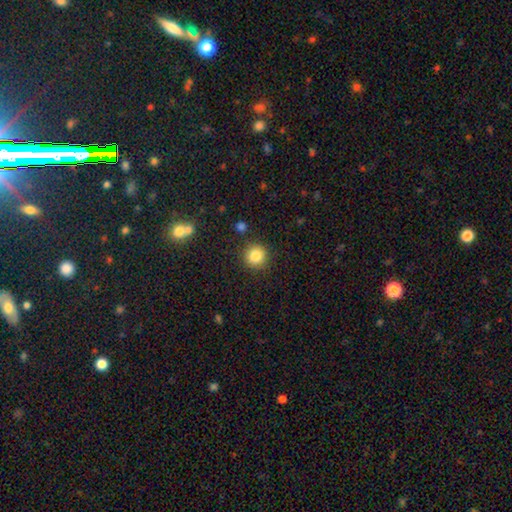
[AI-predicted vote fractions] A smooth galaxy with no disk features (84%) that is round (93%).

Vote fractions:
- Smooth or featured? smooth: 84% / star or artifact: 11% / featured or disk: 6%
- How rounded? round: 93% / in between: 6% / cigar-shaped: 1%
- Merging? none: 89% / minor disturbance: 6% / merger: 2% / major disturbance: 2%